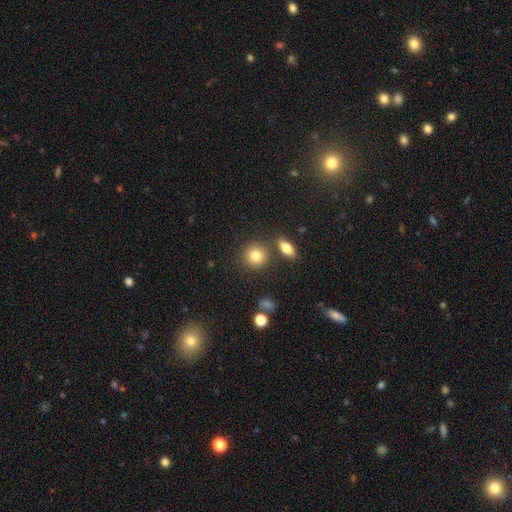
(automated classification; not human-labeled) A smooth galaxy with no disk features (82%) that is round (86%).

Vote fractions:
- Smooth or featured? smooth: 82% / star or artifact: 9% / featured or disk: 8%
- How rounded? round: 86% / in between: 13% / cigar-shaped: 1%
- Merging? none: 79% / minor disturbance: 9% / merger: 9% / major disturbance: 3%